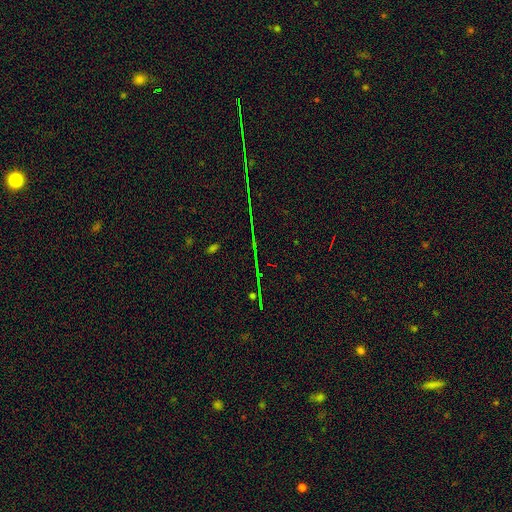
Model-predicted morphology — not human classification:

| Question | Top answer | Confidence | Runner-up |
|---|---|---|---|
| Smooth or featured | star or artifact | 78% | featured or disk (12%) |